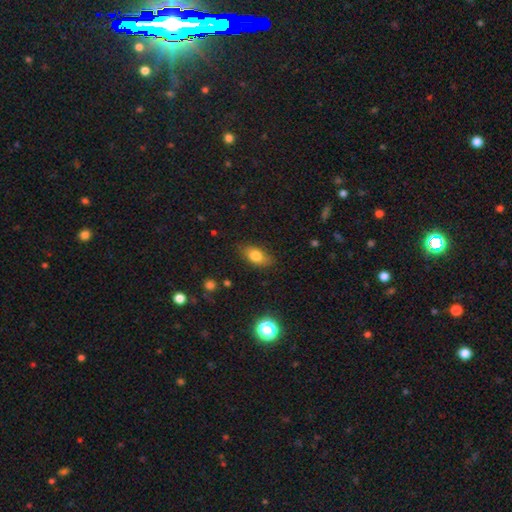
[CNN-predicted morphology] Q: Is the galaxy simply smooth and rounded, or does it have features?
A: smooth — 79%.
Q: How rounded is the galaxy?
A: in between — 86%.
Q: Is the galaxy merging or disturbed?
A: none — 82%.